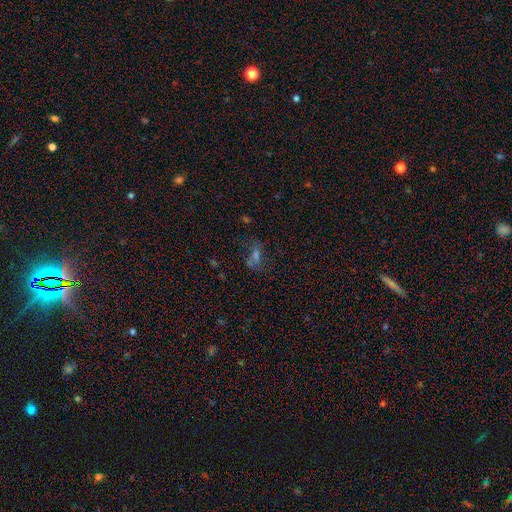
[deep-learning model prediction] This appears to be a star or artifact, not a galaxy (38%).